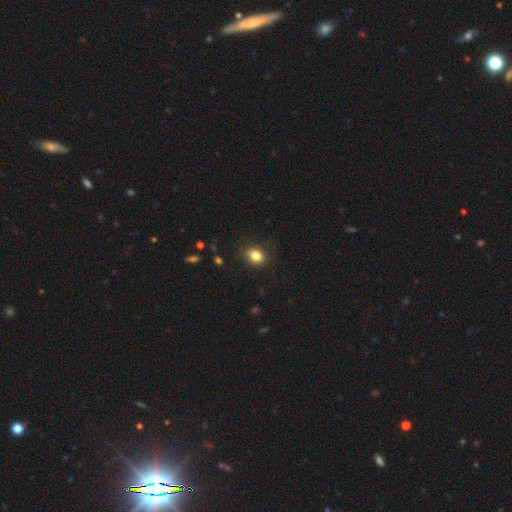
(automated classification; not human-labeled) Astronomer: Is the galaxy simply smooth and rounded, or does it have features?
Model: smooth — 84%.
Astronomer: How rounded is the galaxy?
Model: round — 62% (runner-up: in between, 37%).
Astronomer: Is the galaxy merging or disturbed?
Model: none — 88%.